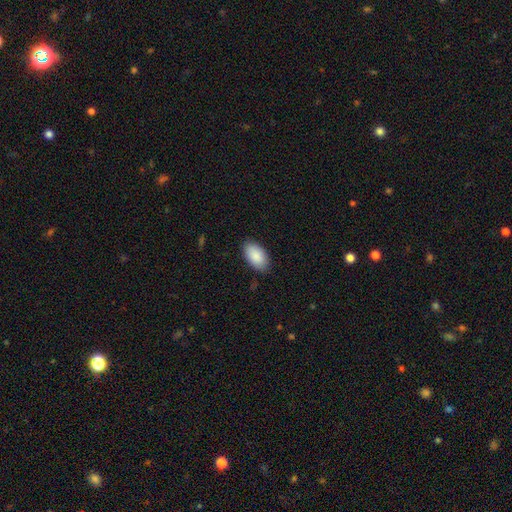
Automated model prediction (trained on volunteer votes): Smooth or featured? Predicted: smooth (p=0.89). How rounded? Predicted: in between (p=0.96). Merging? Predicted: none (p=0.85).